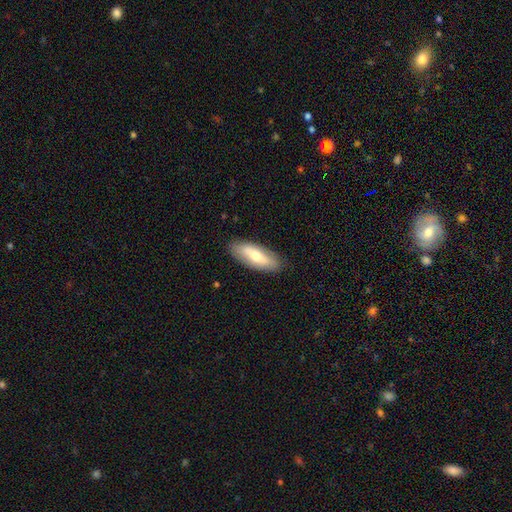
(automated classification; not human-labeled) Smooth or featured? smooth (61%)
How rounded? in between (71%)
Merging? none (86%)